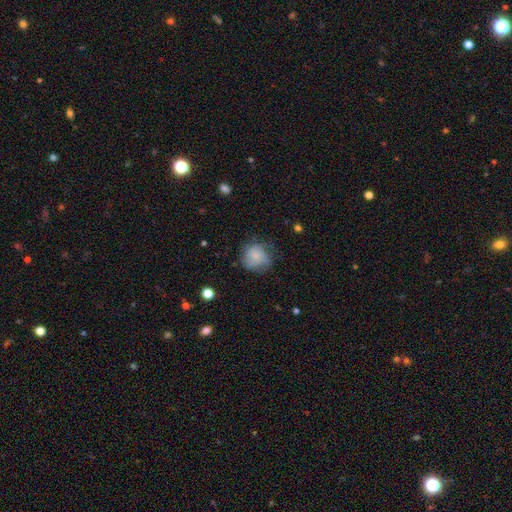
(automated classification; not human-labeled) A smooth galaxy with no disk features (65%) that is round (84%).

Vote fractions:
- Smooth or featured? smooth: 65% / featured or disk: 26% / star or artifact: 9%
- How rounded? round: 84% / in between: 15% / cigar-shaped: 1%
- Merging? none: 61% / minor disturbance: 26% / major disturbance: 12% / merger: 2%